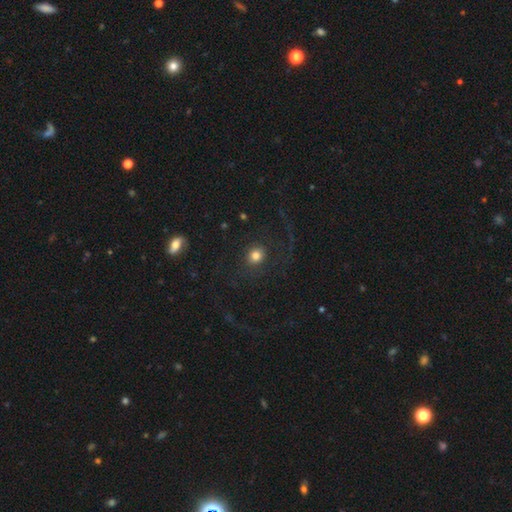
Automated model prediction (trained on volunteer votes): Smooth or featured?
  - smooth: 72% *
  - featured or disk: 15%
  - star or artifact: 13%
How rounded?
  - round: 79% *
  - in between: 20%
  - cigar-shaped: 1%
Merging?
  - none: 75% *
  - major disturbance: 13%
  - minor disturbance: 10%
  - merger: 2%